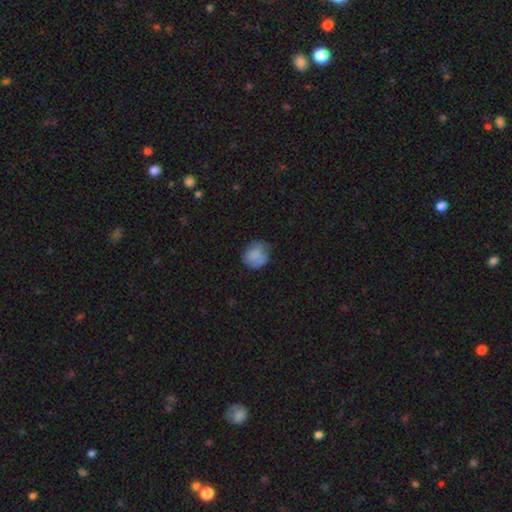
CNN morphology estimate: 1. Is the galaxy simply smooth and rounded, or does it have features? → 80% smooth, 12% featured or disk, 9% star or artifact.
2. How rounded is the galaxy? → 75% round, 24% in between, 1% cigar-shaped.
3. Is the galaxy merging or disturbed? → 55% none, 33% minor disturbance, 10% major disturbance, 2% merger.